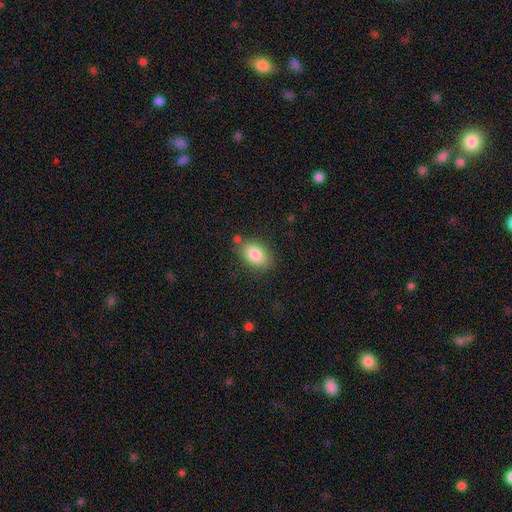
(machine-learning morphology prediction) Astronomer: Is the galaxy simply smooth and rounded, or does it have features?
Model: smooth — 86%.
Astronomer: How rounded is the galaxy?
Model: in between — 87%.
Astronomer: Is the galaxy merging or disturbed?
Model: none — 76%.